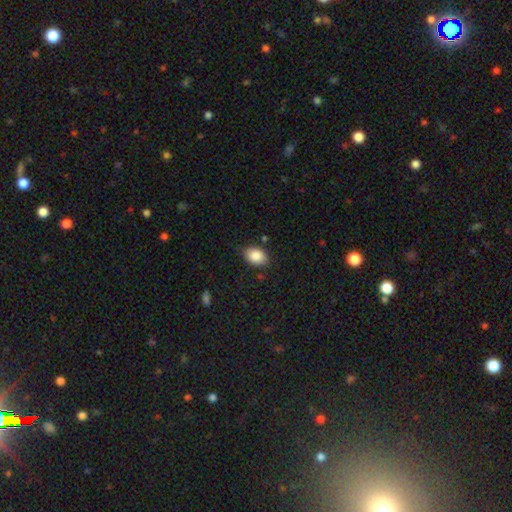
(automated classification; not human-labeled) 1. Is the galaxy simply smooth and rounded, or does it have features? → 87% smooth, 8% star or artifact, 5% featured or disk.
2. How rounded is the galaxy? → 83% in between, 16% round, 1% cigar-shaped.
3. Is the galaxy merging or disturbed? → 78% none, 17% minor disturbance, 3% major disturbance, 2% merger.